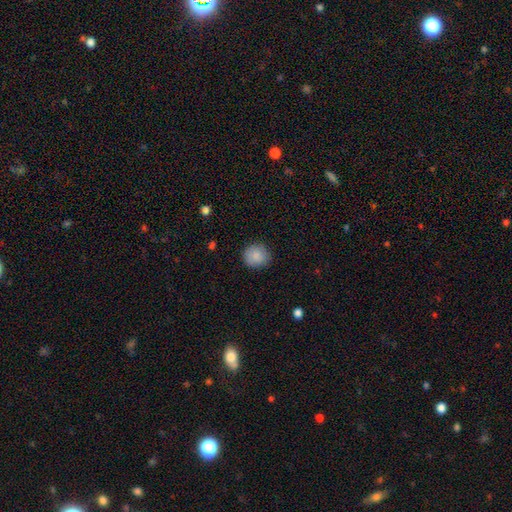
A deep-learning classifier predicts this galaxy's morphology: Overall: smooth (87%). How rounded: round (89%). Merging: none (86%).